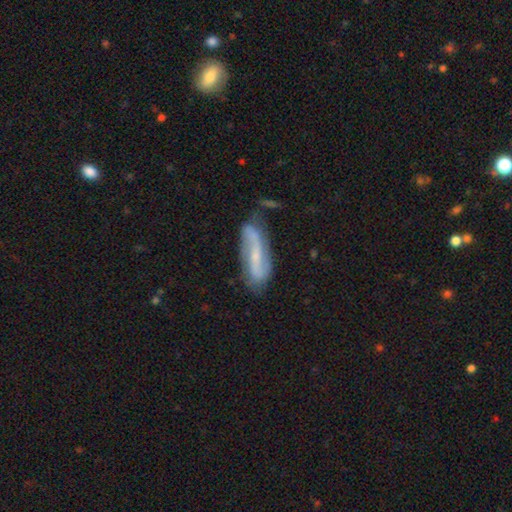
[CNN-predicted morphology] featured or disk 72%, smooth 20%, star or artifact 8%. Down the decision tree: edge-on disk — no (86%); bar — weak (39%); spiral arms — yes (91%); spiral arm count — 2 (86%); spiral winding — loose (51%); bulge size — small (64%); merging — none (66%).